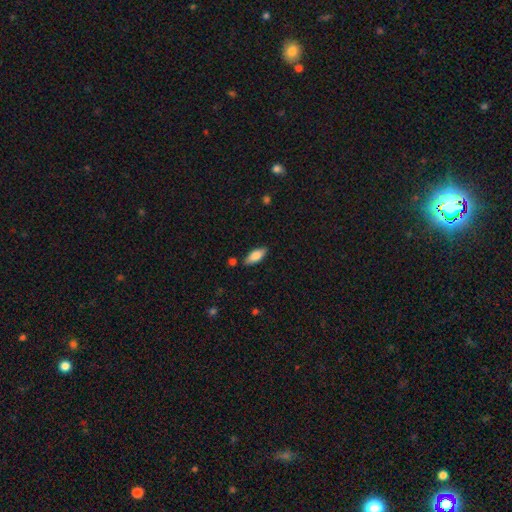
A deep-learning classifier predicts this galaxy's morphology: smooth 78%, featured or disk 16%, star or artifact 6%. Down the decision tree: how rounded — in between (76%); merging — none (83%).